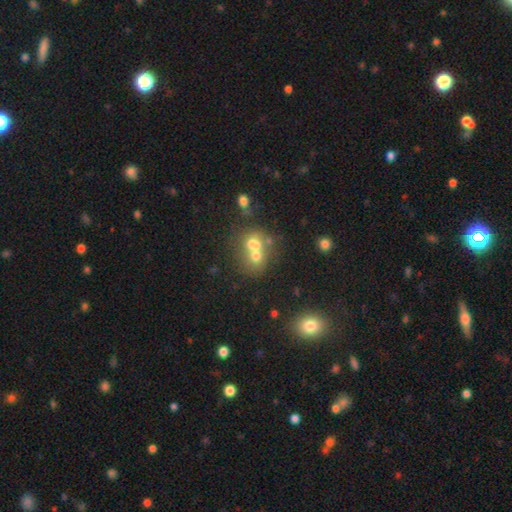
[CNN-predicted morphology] This appears to be a smooth galaxy with no disk features (62%) that is round (66%). Merging: merger (63%).